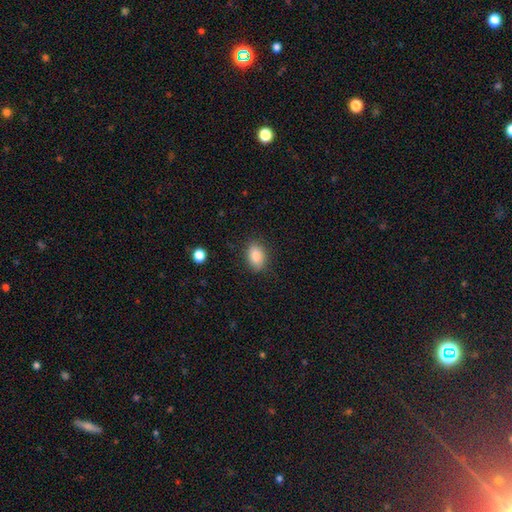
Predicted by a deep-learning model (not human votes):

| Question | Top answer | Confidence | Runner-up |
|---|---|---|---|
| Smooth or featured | smooth | 85% | star or artifact (8%) |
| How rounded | in between | 82% | round (16%) |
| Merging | none | 84% | minor disturbance (11%) |